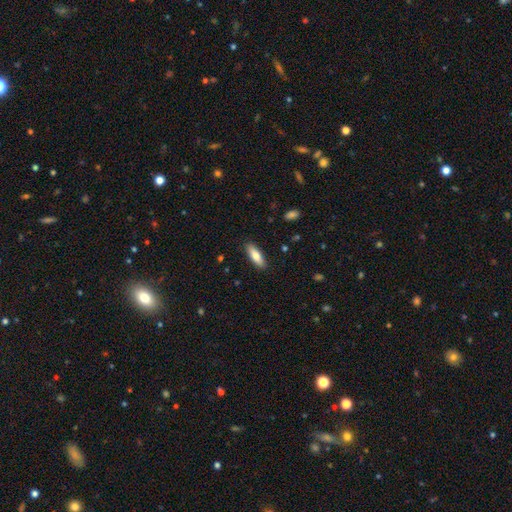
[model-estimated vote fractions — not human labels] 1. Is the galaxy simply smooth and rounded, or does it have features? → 79% smooth, 15% featured or disk, 6% star or artifact.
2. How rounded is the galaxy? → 57% in between, 42% cigar-shaped, 2% round.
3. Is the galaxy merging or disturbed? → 88% none, 9% minor disturbance, 2% major disturbance, 1% merger.